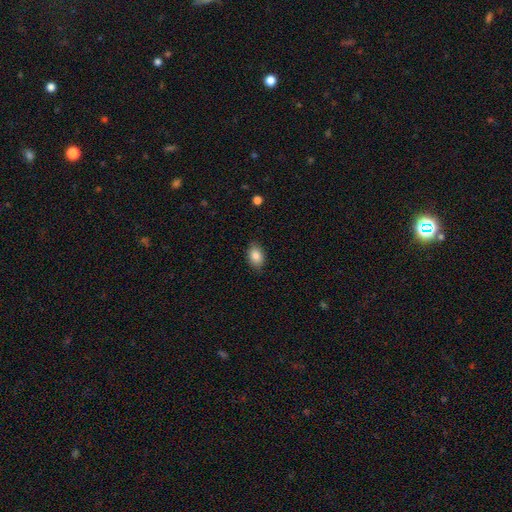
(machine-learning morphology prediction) The model was most divided on "how rounded": in between: 84%, round: 15%, cigar-shaped: 1%. More confident: merging — none (86%); smooth or featured — smooth (86%).